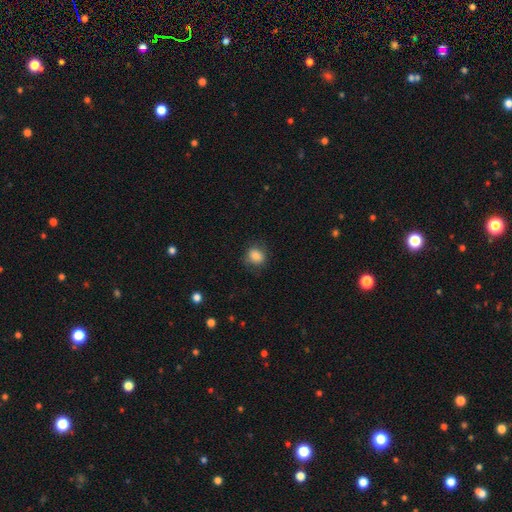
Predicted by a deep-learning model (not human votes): This is clearly a smooth galaxy (84%). How rounded: likely round (62%). Merging: likely none (75%).